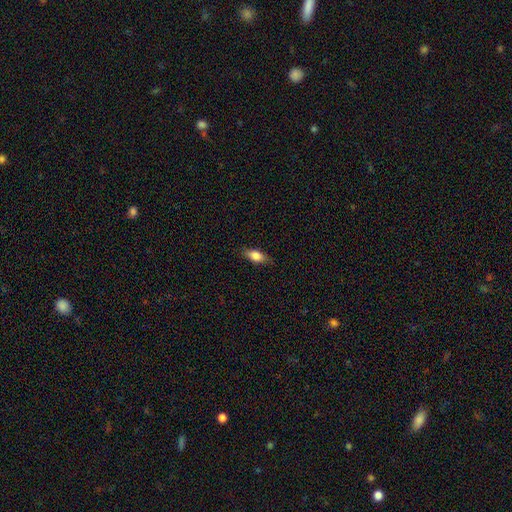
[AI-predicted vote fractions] smooth-or-featured: smooth: 77% | featured or disk: 15% | star or artifact: 8%
  how-rounded: in between: 80% | cigar-shaped: 15% | round: 5%
  merging: none: 82% | minor disturbance: 14% | major disturbance: 3% | merger: 1%